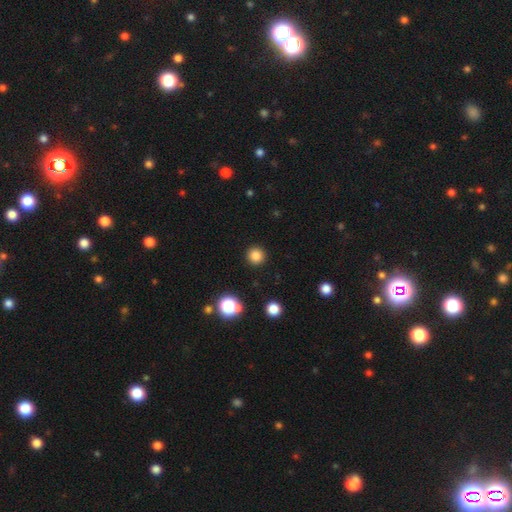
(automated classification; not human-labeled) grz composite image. It shows a smooth galaxy with no disk features (82%) that is round (95%). Merging: none (92%).